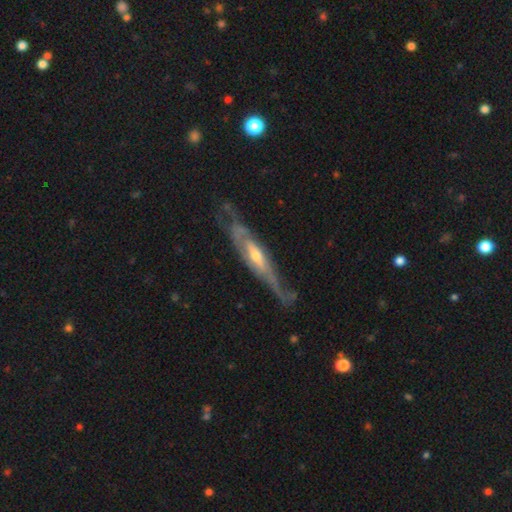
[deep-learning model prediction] A featured or disk galaxy (81%) viewed edge-on (52%).

Vote fractions:
- Smooth or featured? featured or disk: 81% / smooth: 13% / star or artifact: 6%
- Edge-on disk? yes: 52% / no: 48%
- Merging? none: 58% / minor disturbance: 25% / major disturbance: 14% / merger: 3%